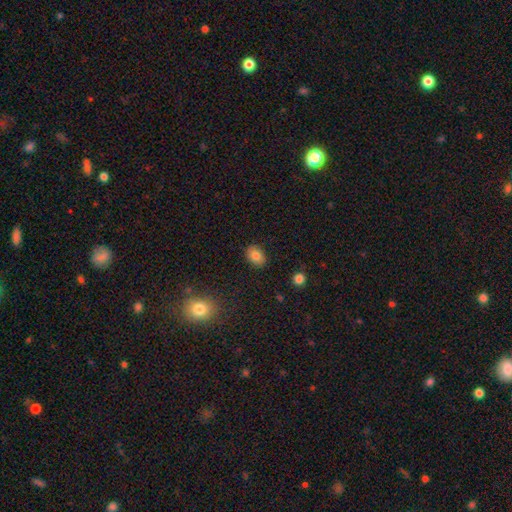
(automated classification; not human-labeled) Q: Smooth or featured?
A: smooth (82%); runner-up: star or artifact (9%)
Q: How rounded?
A: in between (73%); runner-up: round (26%)
Q: Merging?
A: none (87%); runner-up: minor disturbance (9%)